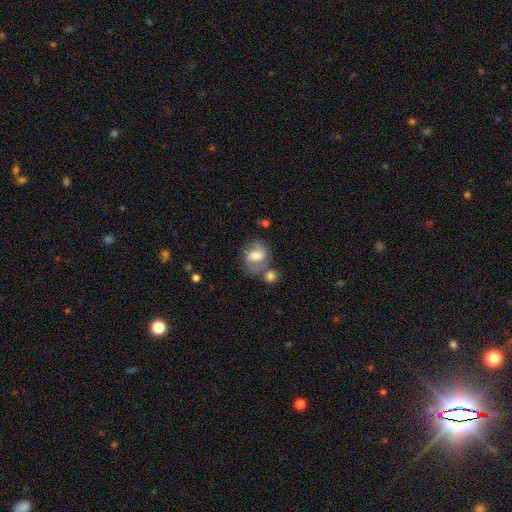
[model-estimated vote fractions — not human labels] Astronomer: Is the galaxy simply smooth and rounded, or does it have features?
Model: featured or disk — 50% (runner-up: smooth, 42%).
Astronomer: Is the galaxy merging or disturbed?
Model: none — 56%.